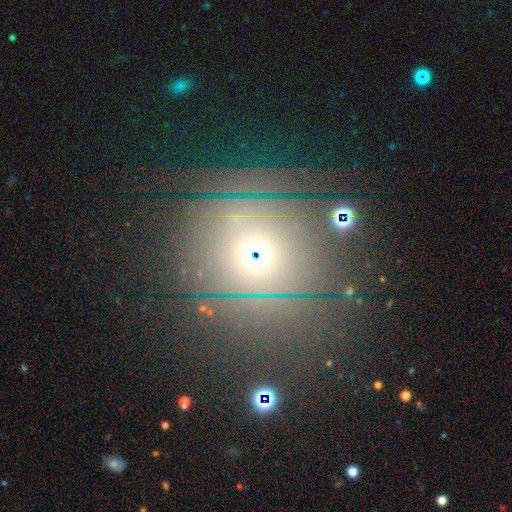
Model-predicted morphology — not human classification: type=smooth (43%); merging=none (76%).